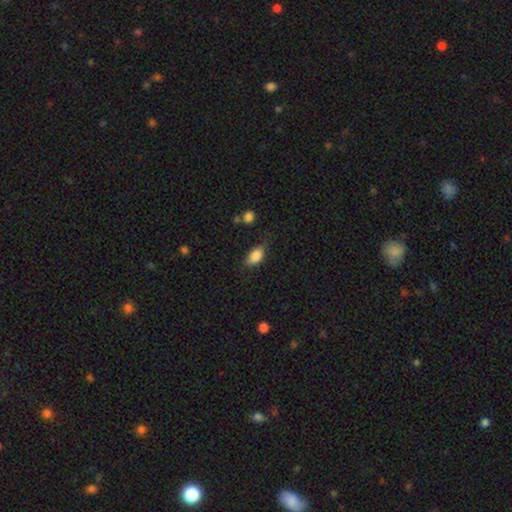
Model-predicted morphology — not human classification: Smooth or featured? Predicted: smooth (p=0.85). How rounded? Predicted: in between (p=0.87). Merging? Predicted: none (p=0.64).